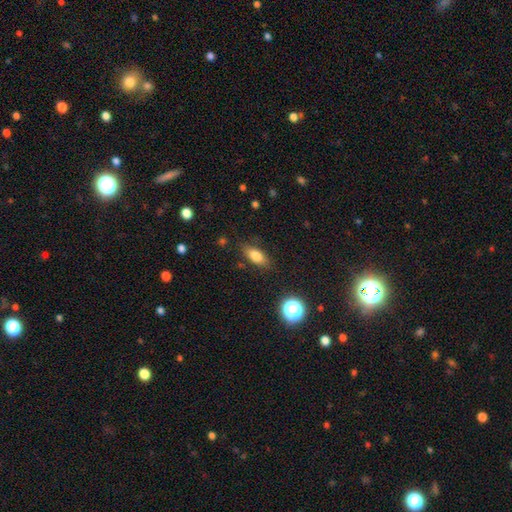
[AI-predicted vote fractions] Q: Smooth or featured?
A: smooth (78%); runner-up: featured or disk (12%)
Q: How rounded?
A: in between (79%); runner-up: cigar-shaped (15%)
Q: Merging?
A: none (83%); runner-up: minor disturbance (12%)